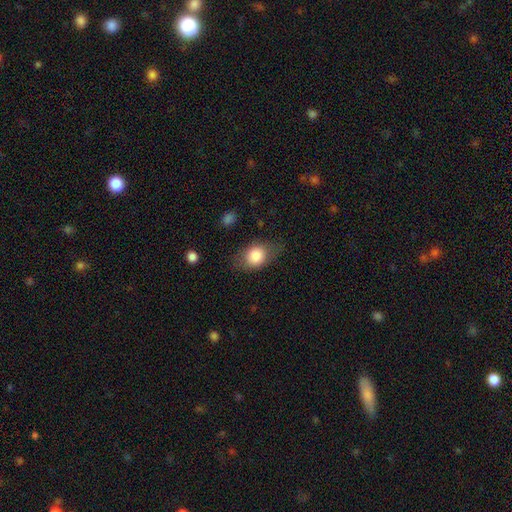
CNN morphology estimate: Q: Smooth or featured?
A: smooth (80%); runner-up: featured or disk (13%)
Q: How rounded?
A: in between (61%); runner-up: round (37%)
Q: Merging?
A: none (69%); runner-up: minor disturbance (21%)